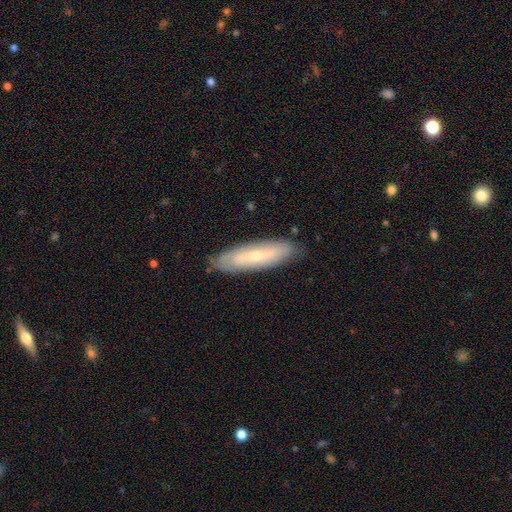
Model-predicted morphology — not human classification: Q: Smooth or featured?
A: featured or disk (54%); runner-up: smooth (39%)
Q: Edge-on disk?
A: no (66%); runner-up: yes (34%)
Q: Merging?
A: none (84%); runner-up: minor disturbance (13%)